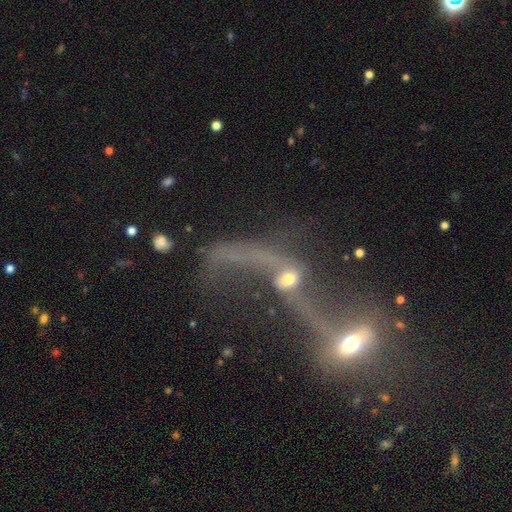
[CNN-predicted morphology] A featured or disk galaxy (67%) with no bar (66%), spiral arms (64%) and a small central bulge (43%).

Vote fractions:
- Smooth or featured? featured or disk: 67% / smooth: 17% / star or artifact: 15%
- Edge-on disk? no: 83% / yes: 17%
- Bar? no: 66% / weak: 22% / strong: 12%
- Spiral arms? yes: 64% / no: 36%
- Bulge size? small: 43% / moderate: 38% / none: 9% / large: 6% / dominant: 4%
- Merging? merger: 63% / major disturbance: 19% / none: 12% / minor disturbance: 6%